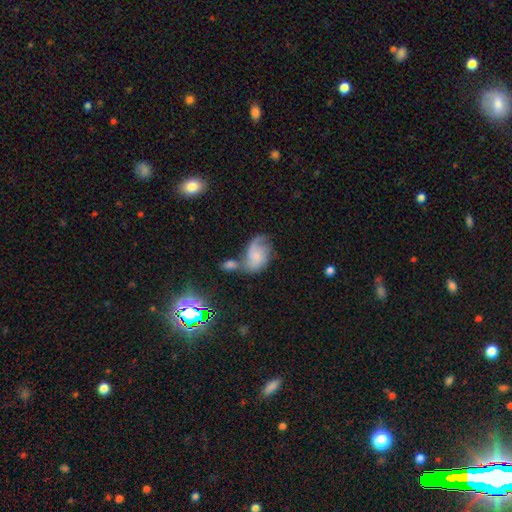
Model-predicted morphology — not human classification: smooth_or_featured: featured or disk (p=0.47) [alt: smooth p=0.43]
merging: merger (p=0.37) [alt: none p=0.26]